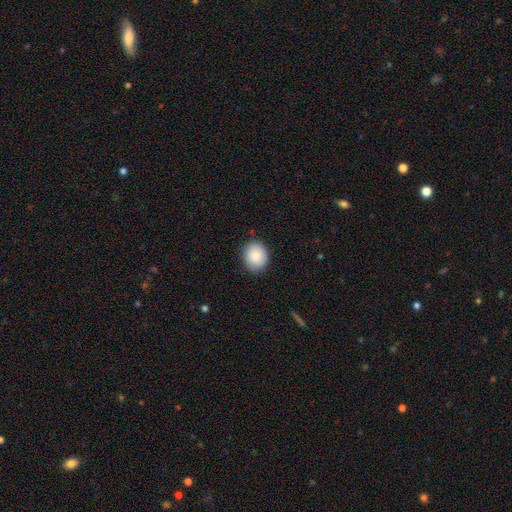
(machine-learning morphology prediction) This appears to be a smooth galaxy with no disk features (88%) that is round (66%). Merging: none (88%).